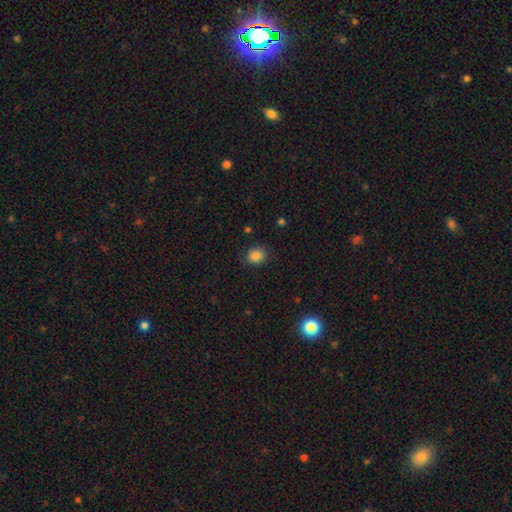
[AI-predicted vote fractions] This is clearly a smooth galaxy (85%). How rounded: likely round (75%). Merging: clearly none (85%).